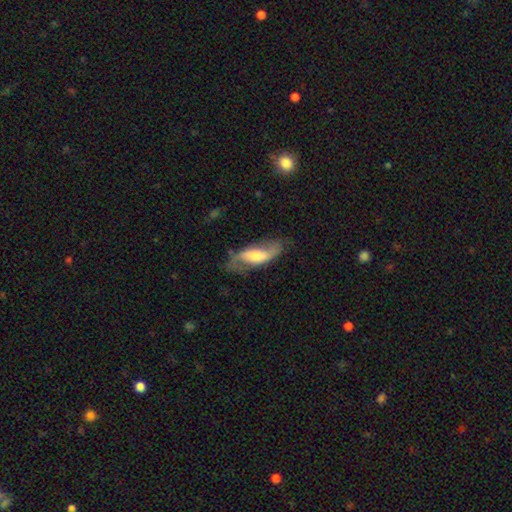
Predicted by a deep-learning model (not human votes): Smooth or featured?
  - featured or disk: 60% *
  - smooth: 34%
  - star or artifact: 6%
Edge-on disk?
  - no: 84% *
  - yes: 16%
Bar?
  - weak: 36% *
  - no: 35%
  - strong: 29%
Spiral arms?
  - yes: 84% *
  - no: 16%
Bulge size?
  - moderate: 44% *
  - small: 25%
  - large: 20%
  - none: 7%
  - dominant: 3%
Merging?
  - none: 57% *
  - minor disturbance: 25%
  - major disturbance: 15%
  - merger: 2%